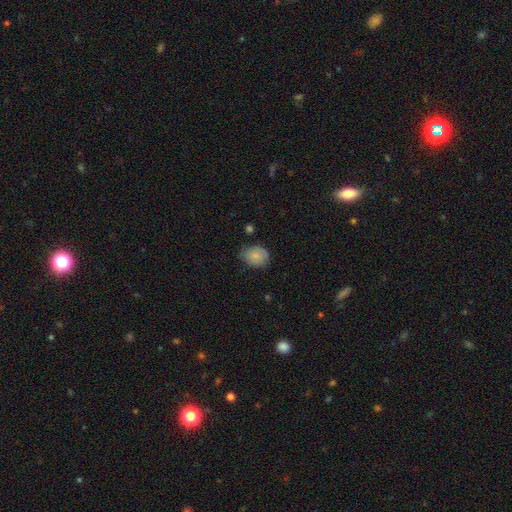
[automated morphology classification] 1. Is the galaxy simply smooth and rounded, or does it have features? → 78% smooth, 14% featured or disk, 8% star or artifact.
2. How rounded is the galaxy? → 54% in between, 45% round, 1% cigar-shaped.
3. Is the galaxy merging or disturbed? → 63% none, 29% minor disturbance, 6% major disturbance, 2% merger.